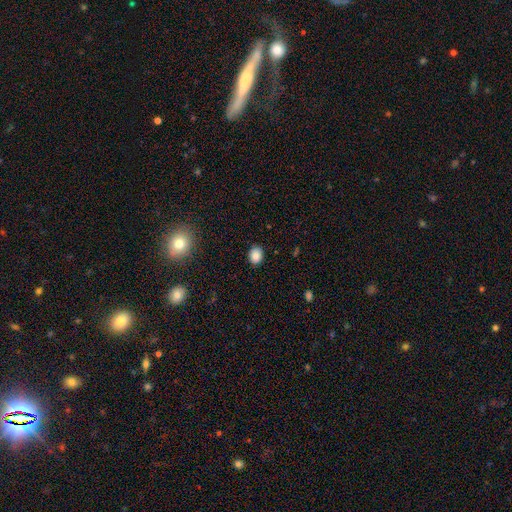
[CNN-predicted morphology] smooth-or-featured: smooth: 86% | star or artifact: 10% | featured or disk: 4%
  how-rounded: in between: 53% | round: 46% | cigar-shaped: 1%
  merging: none: 88% | minor disturbance: 9% | major disturbance: 2% | merger: 1%